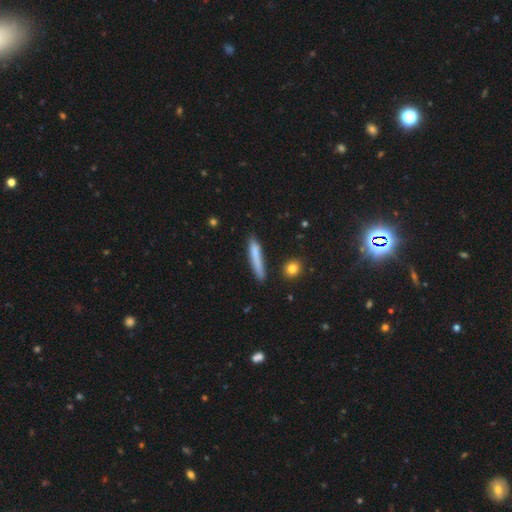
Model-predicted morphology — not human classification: Q: Smooth or featured?
A: smooth (73%); runner-up: featured or disk (20%)
Q: How rounded?
A: cigar-shaped (92%); runner-up: in between (6%)
Q: Merging?
A: none (75%); runner-up: minor disturbance (18%)